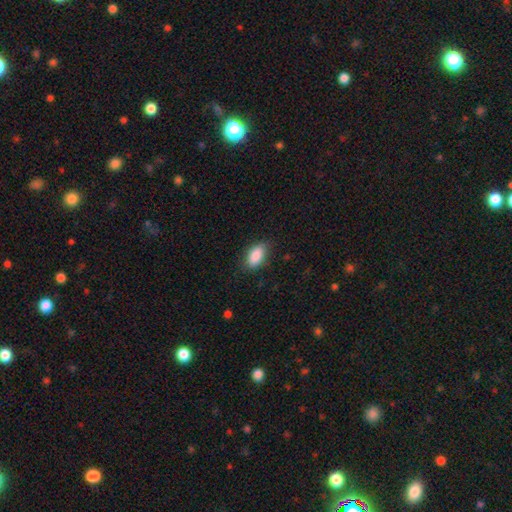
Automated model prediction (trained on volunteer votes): smooth-or-featured: smooth: 89% | star or artifact: 7% | featured or disk: 5%
  how-rounded: in between: 91% | cigar-shaped: 5% | round: 4%
  merging: none: 82% | minor disturbance: 14% | major disturbance: 3% | merger: 1%